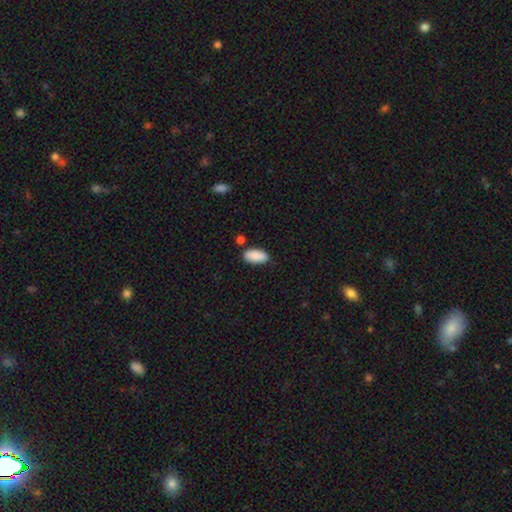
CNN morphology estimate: A smooth galaxy with no disk features (89%) that is in between round and cigar-shaped (92%). Merging: none (77%).